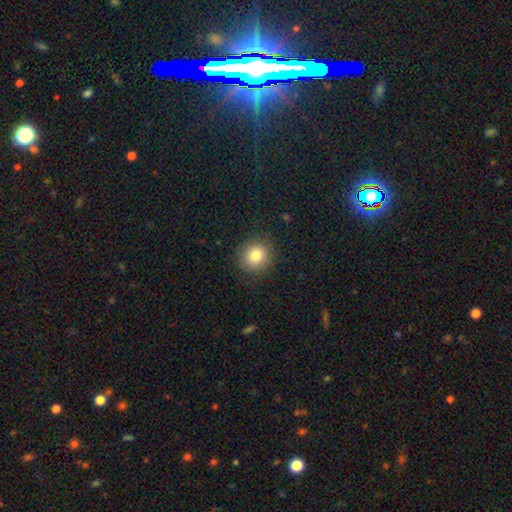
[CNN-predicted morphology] This is clearly a smooth galaxy (82%). How rounded: clearly round (85%). Merging: clearly none (88%).